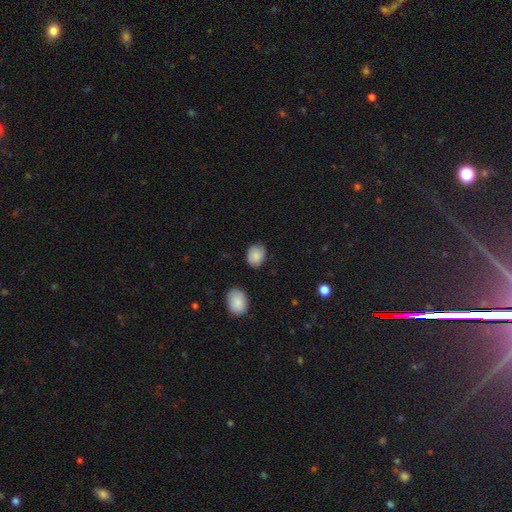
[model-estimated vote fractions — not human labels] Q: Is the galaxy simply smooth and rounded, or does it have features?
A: smooth — 85%.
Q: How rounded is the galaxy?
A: in between — 50%.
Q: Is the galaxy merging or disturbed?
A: none — 76%.